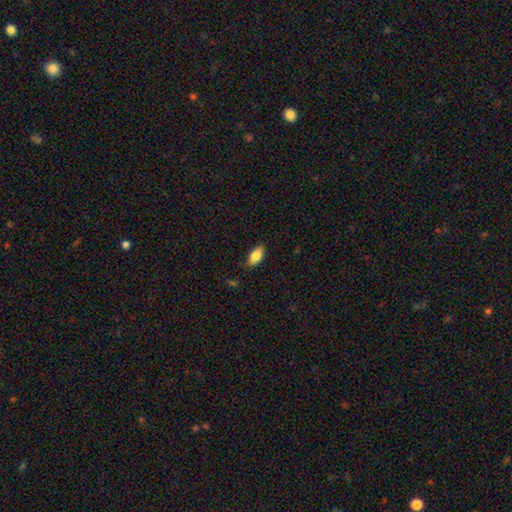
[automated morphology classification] type=smooth (83%); roundness=in between (90%); merging=none (85%).